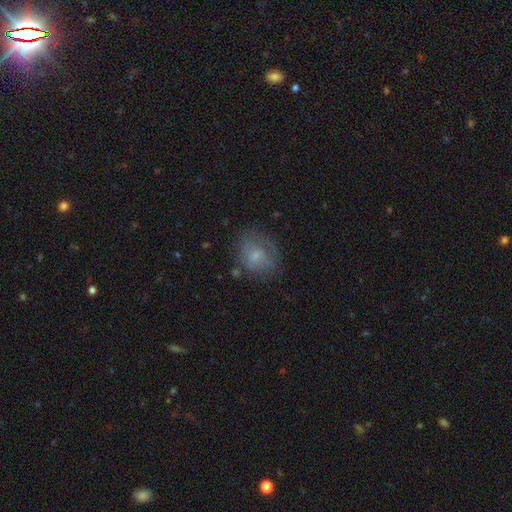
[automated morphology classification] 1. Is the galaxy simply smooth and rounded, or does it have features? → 55% smooth, 35% featured or disk, 10% star or artifact.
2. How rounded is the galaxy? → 60% round, 39% in between, 1% cigar-shaped.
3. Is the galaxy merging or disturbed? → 55% none, 24% minor disturbance, 18% major disturbance, 3% merger.